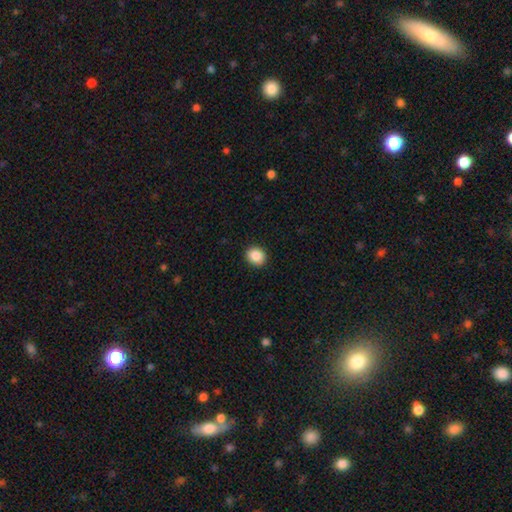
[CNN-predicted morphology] smooth-or-featured: smooth: 88% | star or artifact: 8% | featured or disk: 3%
  how-rounded: round: 73% | in between: 26% | cigar-shaped: 1%
  merging: none: 92% | minor disturbance: 6% | major disturbance: 2% | merger: 1%